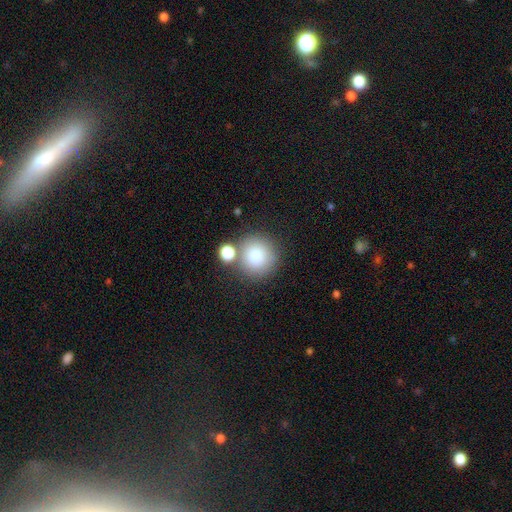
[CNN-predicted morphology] The model was most divided on "merging": none: 71%, merger: 15%, minor disturbance: 10%, major disturbance: 4%. More confident: how rounded — round (93%); smooth or featured — smooth (82%).